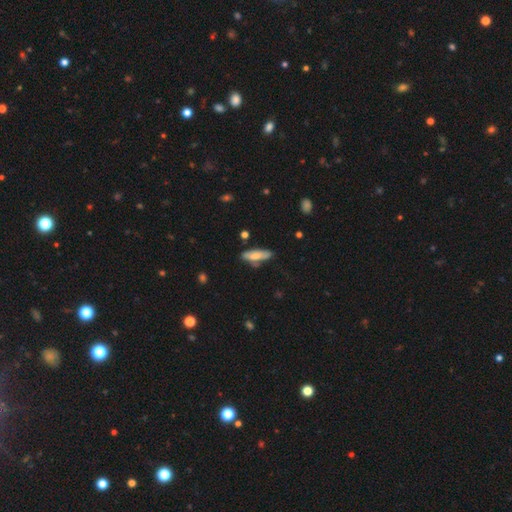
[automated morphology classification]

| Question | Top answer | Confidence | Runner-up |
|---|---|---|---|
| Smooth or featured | smooth | 59% | featured or disk (35%) |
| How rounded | in between | 51% | cigar-shaped (47%) |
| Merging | none | 68% | minor disturbance (22%) |